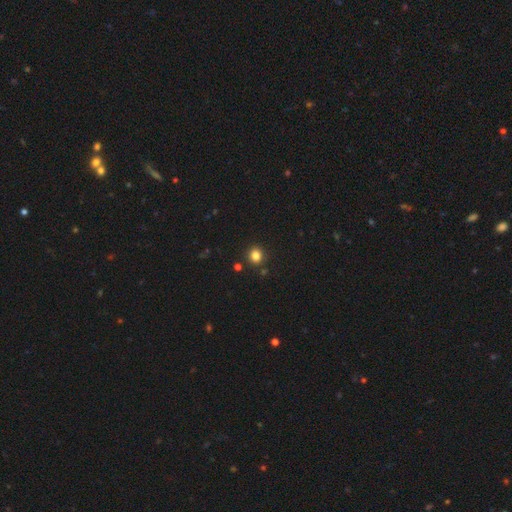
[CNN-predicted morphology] Smooth or featured: smooth — 82% (star or artifact — 13%)
How rounded: round — 85% (in between — 14%)
Merging: none — 88% (minor disturbance — 6%)